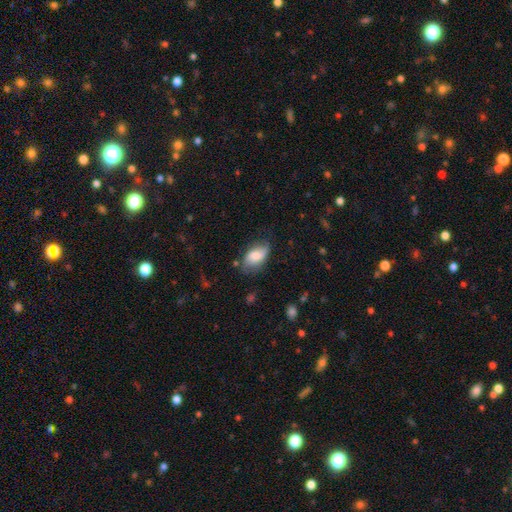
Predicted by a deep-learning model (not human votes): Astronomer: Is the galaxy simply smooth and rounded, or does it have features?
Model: smooth — 66%.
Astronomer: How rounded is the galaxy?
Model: in between — 92%.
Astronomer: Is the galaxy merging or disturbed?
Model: none — 59%.